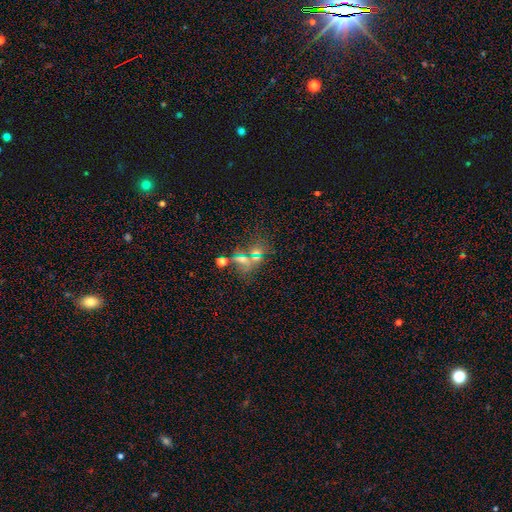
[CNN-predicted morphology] star or artifact 49%, smooth 32%, featured or disk 19%.